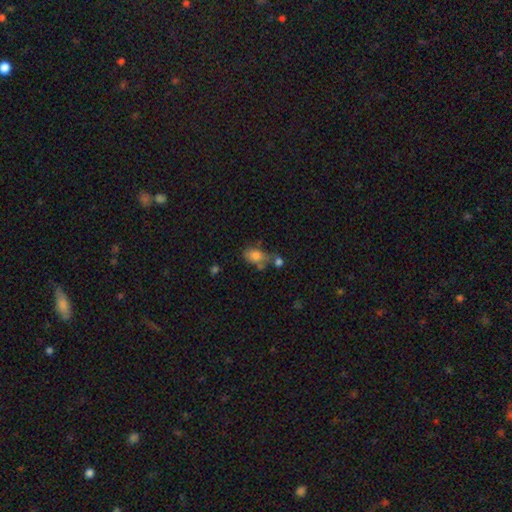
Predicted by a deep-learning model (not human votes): smooth_or_featured: smooth (p=0.79) [alt: featured or disk p=0.12]
how_rounded: in between (p=0.81) [alt: round p=0.17]
merging: none (p=0.42) [alt: merger p=0.27]